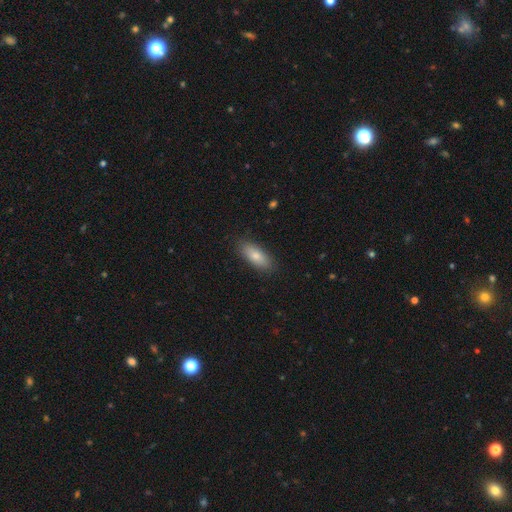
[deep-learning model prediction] smooth-or-featured: smooth: 79% | featured or disk: 15% | star or artifact: 7%
  how-rounded: in between: 77% | cigar-shaped: 21% | round: 3%
  merging: none: 87% | minor disturbance: 10% | major disturbance: 2% | merger: 1%